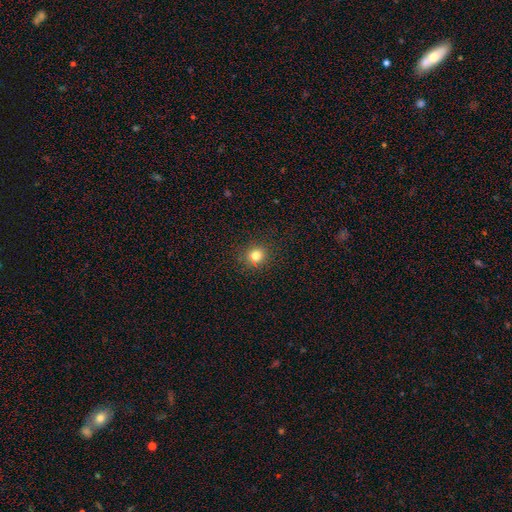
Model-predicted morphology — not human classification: type=smooth (78%); roundness=round (90%); merging=none (88%).